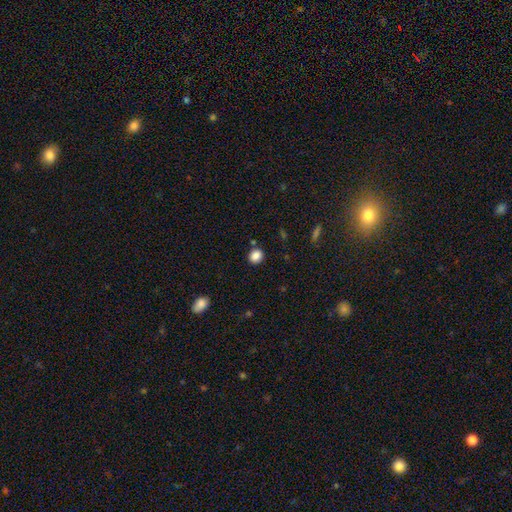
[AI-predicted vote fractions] Smooth or featured?
  - smooth: 86% *
  - star or artifact: 10%
  - featured or disk: 4%
How rounded?
  - round: 73% *
  - in between: 26%
  - cigar-shaped: 1%
Merging?
  - none: 84% *
  - minor disturbance: 9%
  - merger: 5%
  - major disturbance: 3%